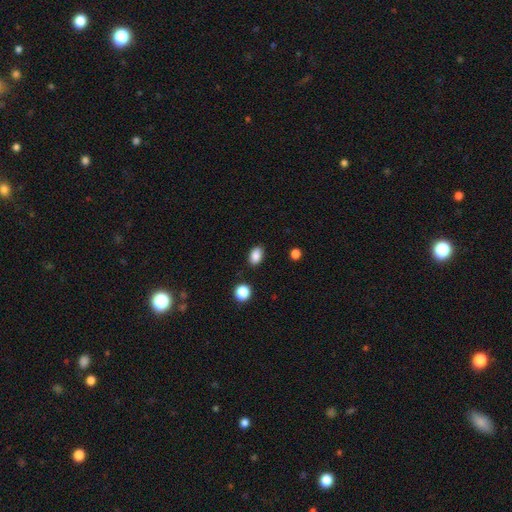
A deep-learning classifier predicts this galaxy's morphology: smooth_or_featured: smooth (p=0.87) [alt: star or artifact p=0.09]
how_rounded: in between (p=0.82) [alt: round p=0.16]
merging: none (p=0.84) [alt: minor disturbance p=0.12]